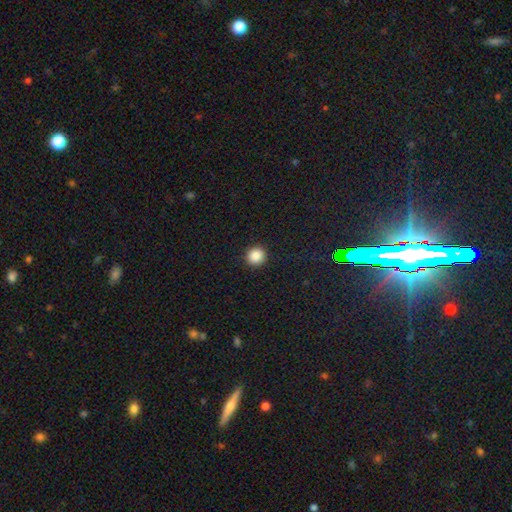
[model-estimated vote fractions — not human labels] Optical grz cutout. It shows a smooth galaxy with no disk features (87%) that is round (95%). Merging: none (93%).